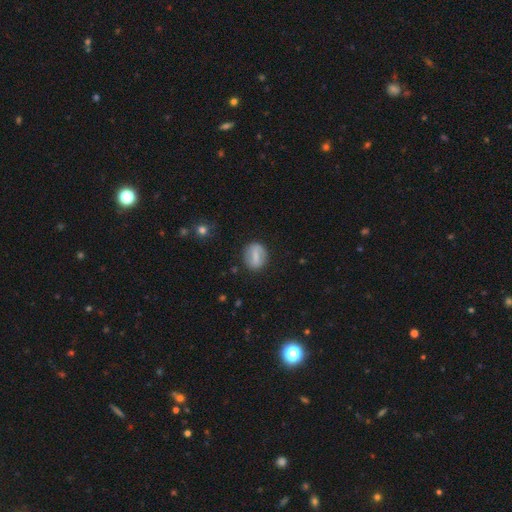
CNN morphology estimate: smooth 58%, featured or disk 35%, star or artifact 7%. Down the decision tree: how rounded — round (53%); merging — none (83%).